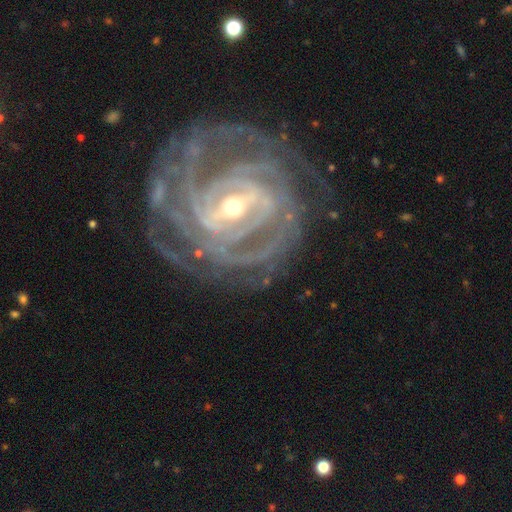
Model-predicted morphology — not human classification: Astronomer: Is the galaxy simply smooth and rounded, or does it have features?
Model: featured or disk — 91%.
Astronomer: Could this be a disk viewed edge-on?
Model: no — 96%.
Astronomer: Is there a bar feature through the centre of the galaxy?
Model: strong — 55% (runner-up: weak, 34%).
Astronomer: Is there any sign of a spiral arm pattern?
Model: yes — 97%.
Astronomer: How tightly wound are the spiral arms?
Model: tight — 79%.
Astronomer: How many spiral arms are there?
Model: can't tell — 24% (runner-up: 4, 23%).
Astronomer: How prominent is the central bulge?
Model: small — 49% (runner-up: moderate, 46%).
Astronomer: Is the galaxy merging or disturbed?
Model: none — 78%.